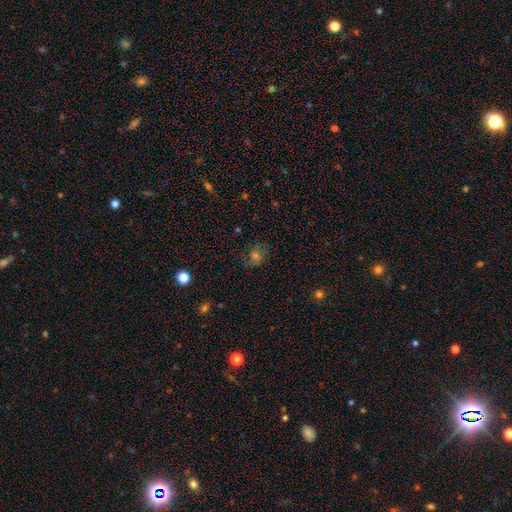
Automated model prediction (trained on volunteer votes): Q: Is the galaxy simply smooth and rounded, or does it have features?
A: smooth — 47%.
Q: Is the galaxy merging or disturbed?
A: none — 74%.